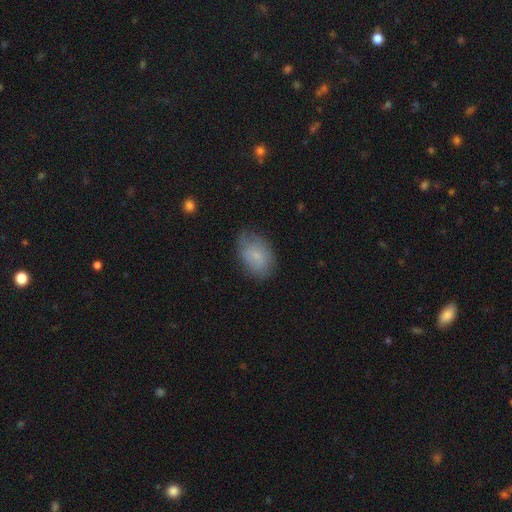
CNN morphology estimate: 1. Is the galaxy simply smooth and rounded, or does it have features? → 72% smooth, 21% featured or disk, 8% star or artifact.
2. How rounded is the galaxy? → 85% in between, 13% round, 1% cigar-shaped.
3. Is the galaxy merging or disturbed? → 69% none, 23% minor disturbance, 6% major disturbance, 1% merger.